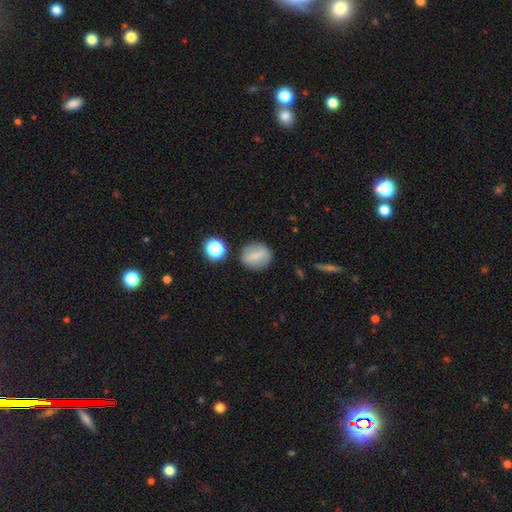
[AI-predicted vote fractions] Smooth or featured? Predicted: smooth (p=0.67). How rounded? Predicted: round (p=0.65). Merging? Predicted: none (p=0.82).